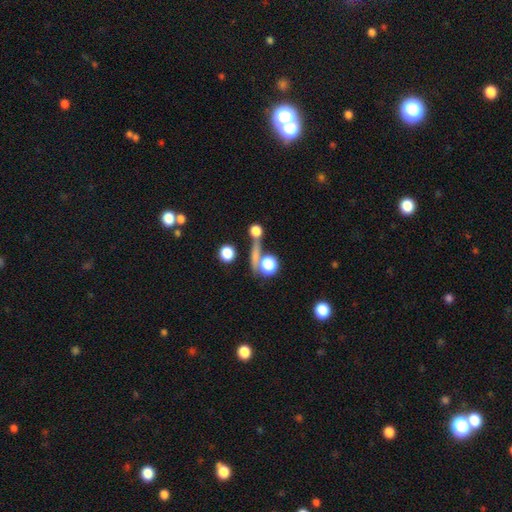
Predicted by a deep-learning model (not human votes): Smooth or featured? Predicted: smooth (p=0.58). How rounded? Predicted: round (p=0.60). Merging? Predicted: none (p=0.59).